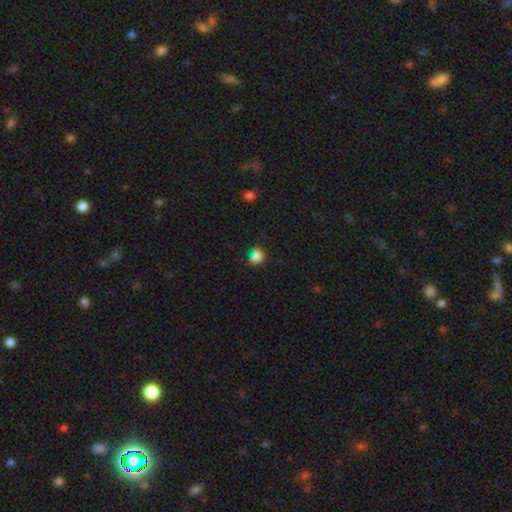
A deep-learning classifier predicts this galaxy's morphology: This appears to be a smooth galaxy with no disk features (75%) that is round (64%). Merging: none (61%).